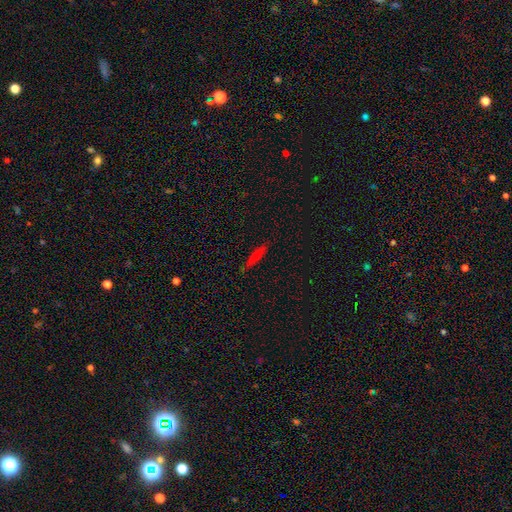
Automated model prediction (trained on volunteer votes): Smooth or featured? Predicted: smooth (p=0.61). How rounded? Predicted: cigar-shaped (p=0.93). Merging? Predicted: none (p=0.87).